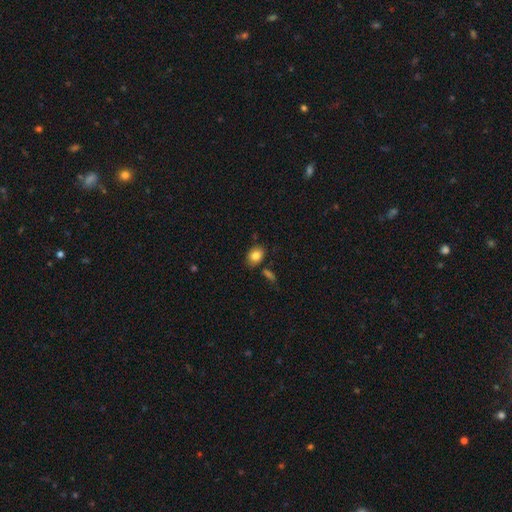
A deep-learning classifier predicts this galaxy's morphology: type=smooth (83%); roundness=in between (66%); merging=none (80%).